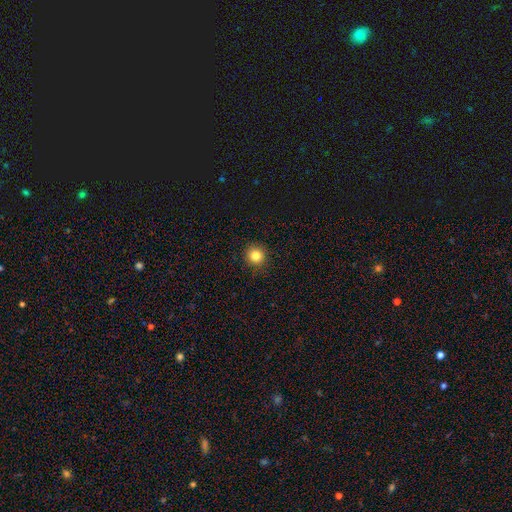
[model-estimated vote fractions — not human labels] Smooth or featured?
  - smooth: 83% *
  - star or artifact: 12%
  - featured or disk: 5%
How rounded?
  - round: 95% *
  - in between: 4%
  - cigar-shaped: 1%
Merging?
  - none: 92% *
  - minor disturbance: 5%
  - major disturbance: 2%
  - merger: 1%